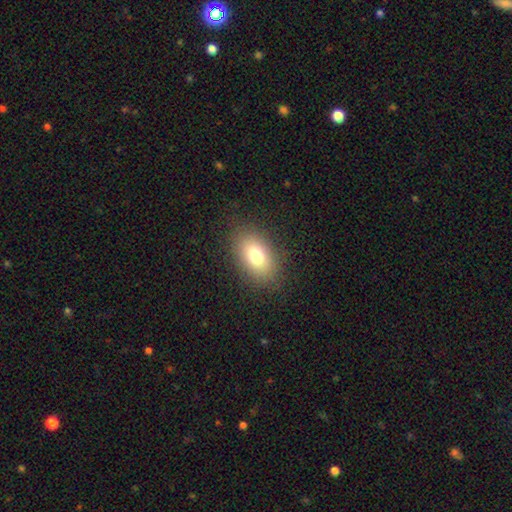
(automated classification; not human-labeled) This appears to be a smooth galaxy with no disk features (77%) that is in between round and cigar-shaped (86%). Merging: none (85%).